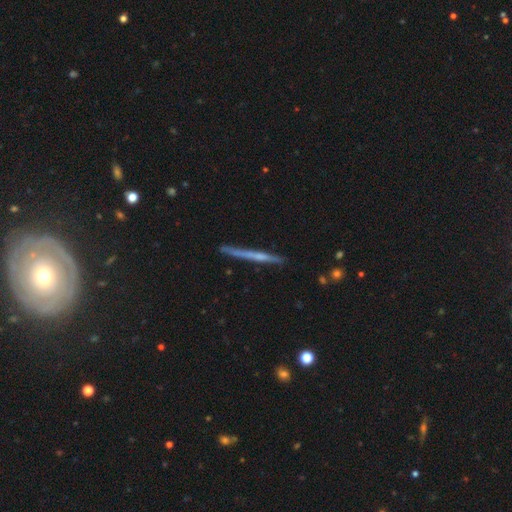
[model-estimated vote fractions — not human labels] featured or disk 56%, smooth 37%, star or artifact 6%. Down the decision tree: edge-on disk — yes (97%); edge-on bulge — none (70%); merging — none (84%).